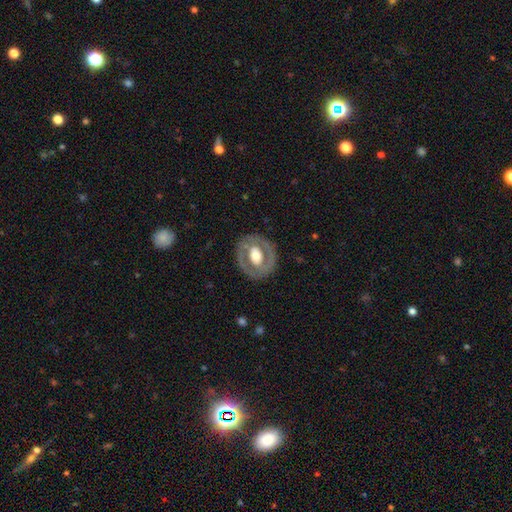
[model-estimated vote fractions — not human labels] Smooth or featured?
  - featured or disk: 62% *
  - smooth: 33%
  - star or artifact: 5%
Edge-on disk?
  - no: 95% *
  - yes: 5%
Bar?
  - no: 65% *
  - weak: 23%
  - strong: 12%
Spiral arms?
  - no: 78% *
  - yes: 22%
Bulge size?
  - moderate: 49% *
  - large: 41%
  - small: 6%
  - dominant: 4%
  - none: 1%
Merging?
  - none: 79% *
  - minor disturbance: 13%
  - major disturbance: 7%
  - merger: 1%